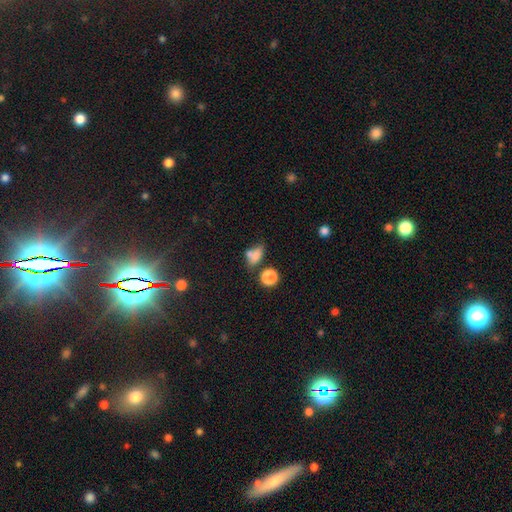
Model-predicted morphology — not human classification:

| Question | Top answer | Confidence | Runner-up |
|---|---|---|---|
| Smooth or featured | smooth | 71% | star or artifact (15%) |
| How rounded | in between | 67% | round (26%) |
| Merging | none | 38% | merger (35%) |